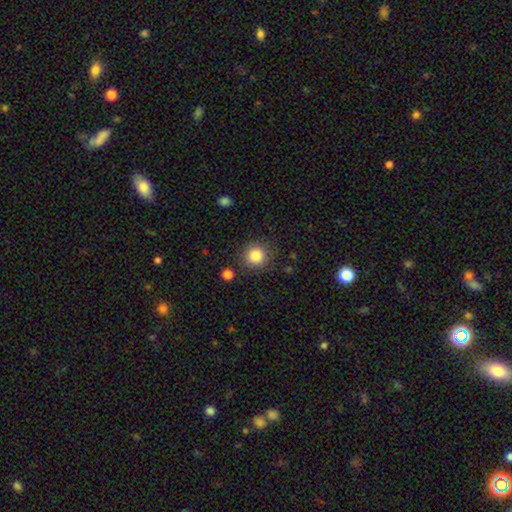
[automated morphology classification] smooth_or_featured: smooth (p=0.85) [alt: star or artifact p=0.10]
how_rounded: round (p=0.93) [alt: in between p=0.06]
merging: none (p=0.86) [alt: minor disturbance p=0.08]